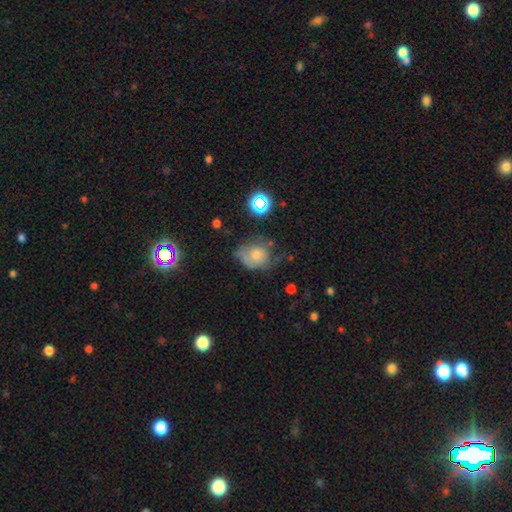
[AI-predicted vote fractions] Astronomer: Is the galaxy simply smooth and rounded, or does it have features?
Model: smooth — 58%.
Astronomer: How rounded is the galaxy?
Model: round — 57% (runner-up: in between, 42%).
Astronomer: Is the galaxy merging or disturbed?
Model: minor disturbance — 35% (runner-up: none, 32%).